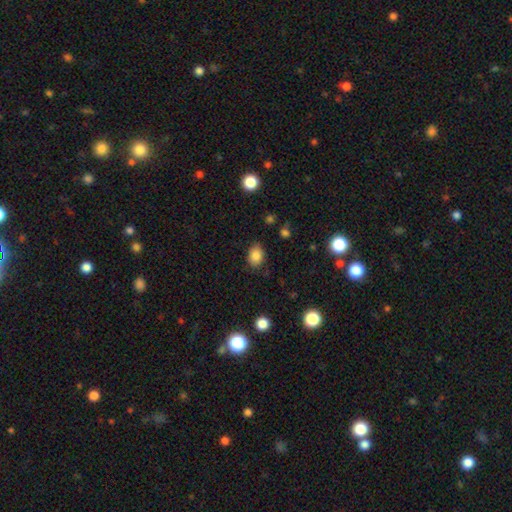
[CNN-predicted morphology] Smooth or featured?
  - smooth: 85% *
  - star or artifact: 10%
  - featured or disk: 5%
How rounded?
  - in between: 72% *
  - round: 27%
  - cigar-shaped: 1%
Merging?
  - none: 81% *
  - minor disturbance: 14%
  - major disturbance: 3%
  - merger: 1%